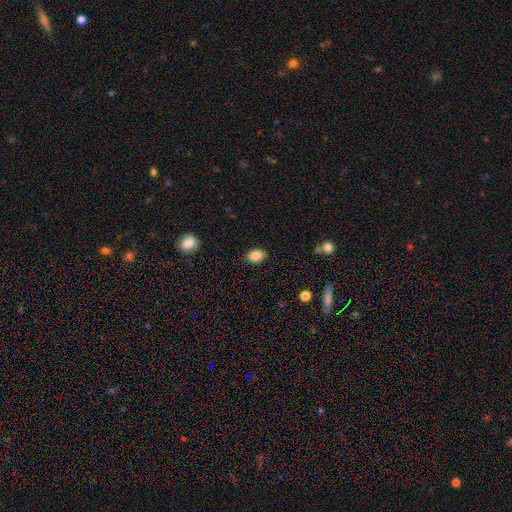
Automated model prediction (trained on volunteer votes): This appears to be a smooth galaxy with no disk features (87%) that is in between round and cigar-shaped (84%). Merging: none (81%).